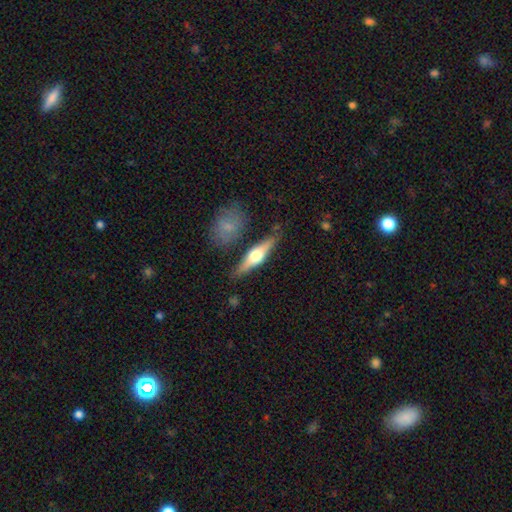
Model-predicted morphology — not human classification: smooth-or-featured: featured or disk: 56% | smooth: 39% | star or artifact: 5%
  disk-edge-on: yes: 93% | no: 7%
    edge-on-bulge: rounded: 94% | boxy: 4% | none: 2%
  merging: none: 81% | minor disturbance: 12% | merger: 4% | major disturbance: 3%